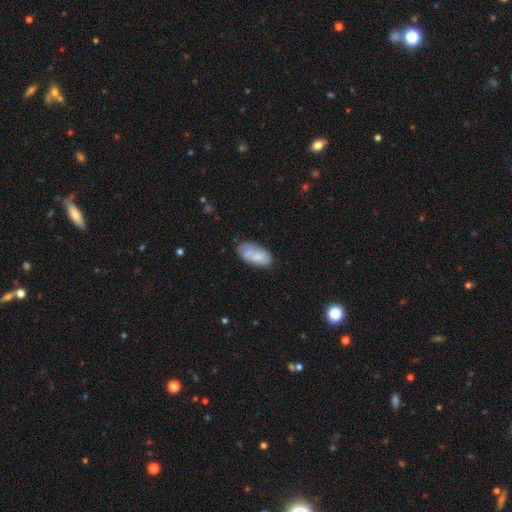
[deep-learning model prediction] The model was most divided on "merging": none: 54%, minor disturbance: 26%, merger: 12%, major disturbance: 8%. More confident: how rounded — in between (93%); smooth or featured — smooth (66%).